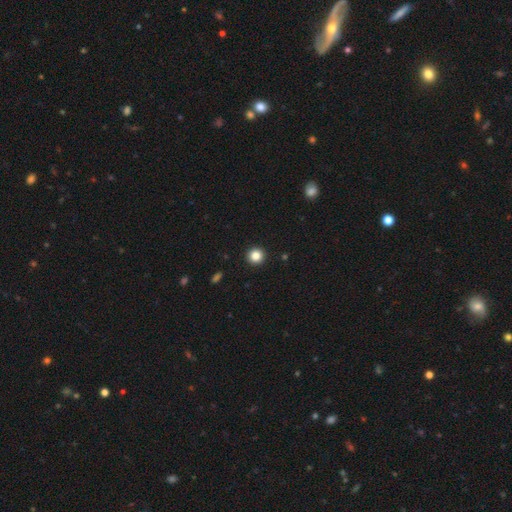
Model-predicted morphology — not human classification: A smooth galaxy with no disk features (85%) that is round (96%).

Vote fractions:
- Smooth or featured? smooth: 85% / star or artifact: 11% / featured or disk: 4%
- How rounded? round: 96% / in between: 3% / cigar-shaped: 1%
- Merging? none: 94% / minor disturbance: 4% / major disturbance: 1% / merger: 1%